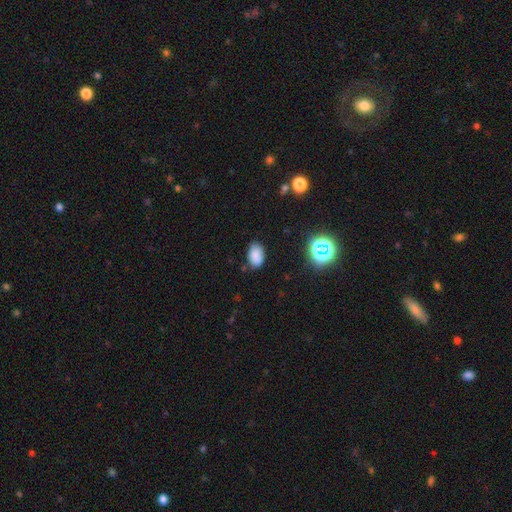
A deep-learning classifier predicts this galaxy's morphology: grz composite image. It shows a smooth galaxy with no disk features (82%) that is in between round and cigar-shaped (91%). Merging: none (81%).